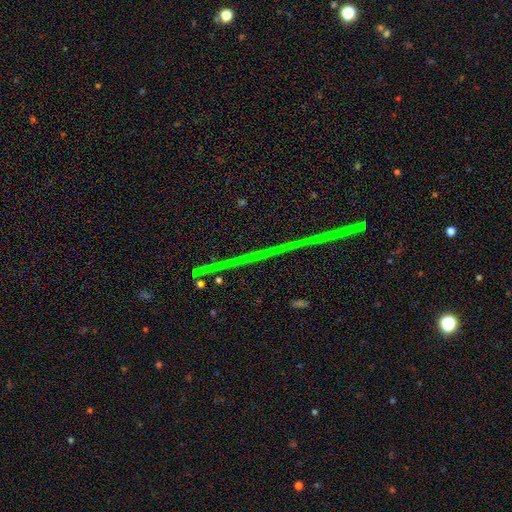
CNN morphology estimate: A star or artifact, not a galaxy (77%).

Vote fractions:
- Smooth or featured? star or artifact: 77% / featured or disk: 14% / smooth: 9%